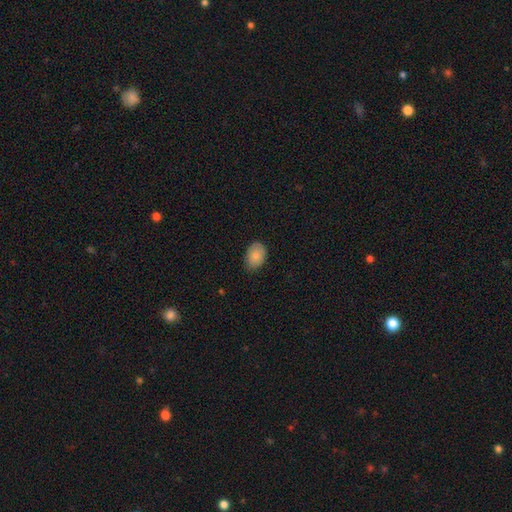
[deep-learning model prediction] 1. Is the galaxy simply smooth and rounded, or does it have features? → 84% smooth, 9% featured or disk, 7% star or artifact.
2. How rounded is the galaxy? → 81% in between, 18% round, 1% cigar-shaped.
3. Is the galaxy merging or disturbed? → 77% none, 20% minor disturbance, 3% major disturbance, 1% merger.